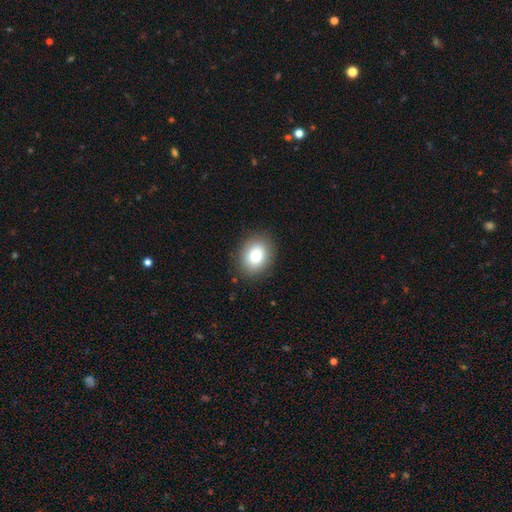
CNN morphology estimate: A smooth galaxy with no disk features (81%) that is in between round and cigar-shaped (55%). Merging: none (87%).